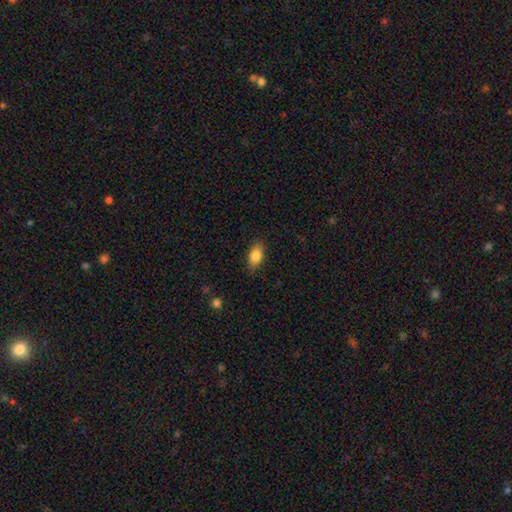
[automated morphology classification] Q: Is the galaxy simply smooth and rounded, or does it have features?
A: smooth — 82%.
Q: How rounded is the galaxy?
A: in between — 87%.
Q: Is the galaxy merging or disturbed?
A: none — 83%.